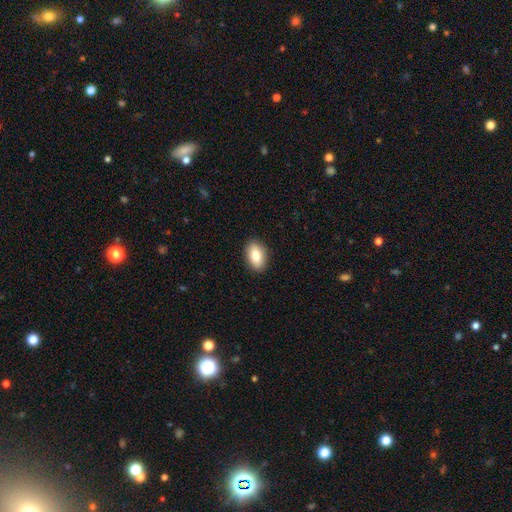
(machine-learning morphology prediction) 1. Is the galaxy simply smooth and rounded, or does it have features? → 83% smooth, 10% featured or disk, 7% star or artifact.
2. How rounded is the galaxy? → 91% in between, 6% round, 3% cigar-shaped.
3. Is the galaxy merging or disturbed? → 90% none, 8% minor disturbance, 2% major disturbance, 1% merger.